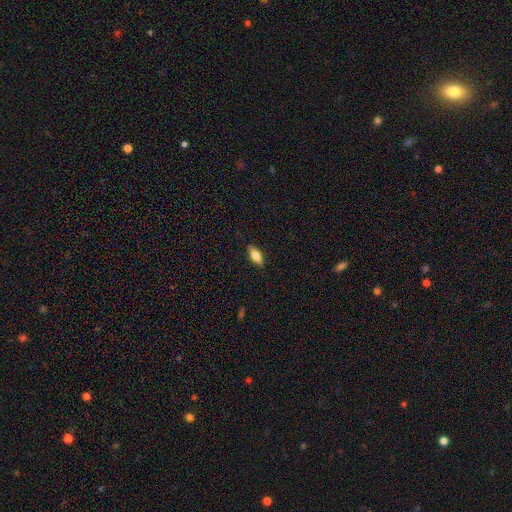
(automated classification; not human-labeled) Smooth or featured?
  - smooth: 65% *
  - featured or disk: 28%
  - star or artifact: 7%
How rounded?
  - in between: 70% *
  - cigar-shaped: 27%
  - round: 3%
Merging?
  - none: 88% *
  - minor disturbance: 9%
  - major disturbance: 2%
  - merger: 1%